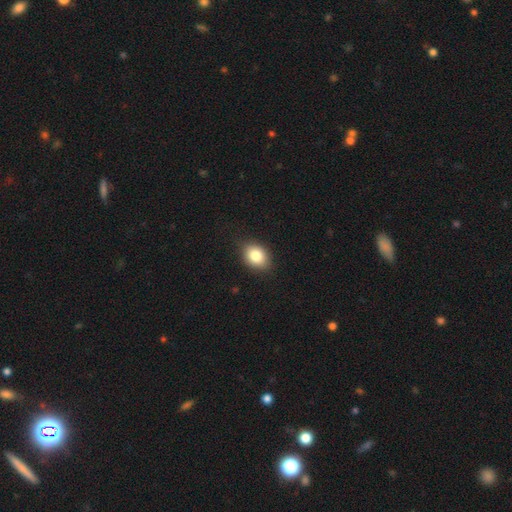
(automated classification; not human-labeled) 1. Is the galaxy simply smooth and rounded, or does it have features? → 83% smooth, 9% star or artifact, 8% featured or disk.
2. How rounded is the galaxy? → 69% in between, 30% round, 1% cigar-shaped.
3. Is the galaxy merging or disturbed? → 84% none, 12% minor disturbance, 2% major disturbance, 1% merger.